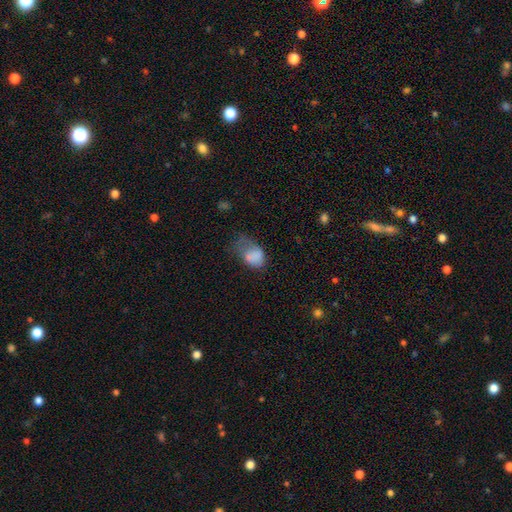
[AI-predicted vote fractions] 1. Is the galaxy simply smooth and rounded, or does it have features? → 74% smooth, 15% featured or disk, 11% star or artifact.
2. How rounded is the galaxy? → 77% in between, 22% round, 1% cigar-shaped.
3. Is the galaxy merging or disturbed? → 43% major disturbance, 30% minor disturbance, 22% none, 5% merger.